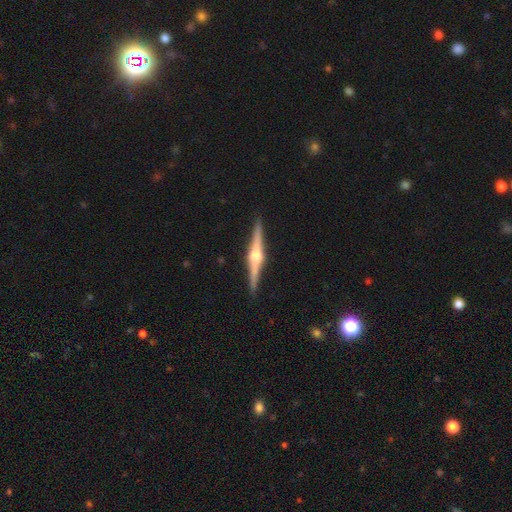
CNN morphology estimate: Q: Smooth or featured?
A: featured or disk (85%); runner-up: smooth (10%)
Q: Edge-on disk?
A: yes (98%); runner-up: no (2%)
Q: Edge-on bulge?
A: rounded (91%); runner-up: boxy (6%)
Q: Merging?
A: none (92%); runner-up: minor disturbance (6%)